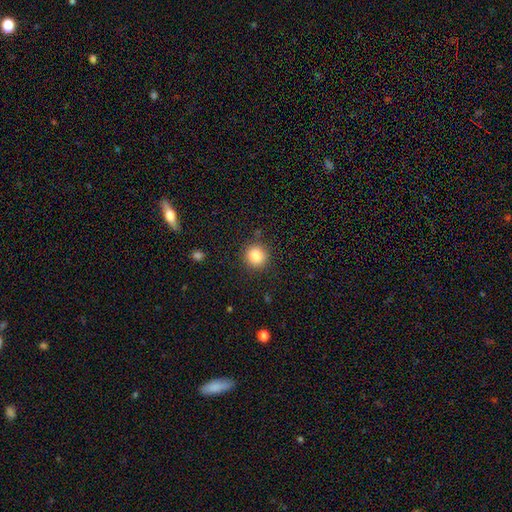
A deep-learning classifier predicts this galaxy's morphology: A smooth galaxy with no disk features (84%) that is round (92%). Merging: none (88%).